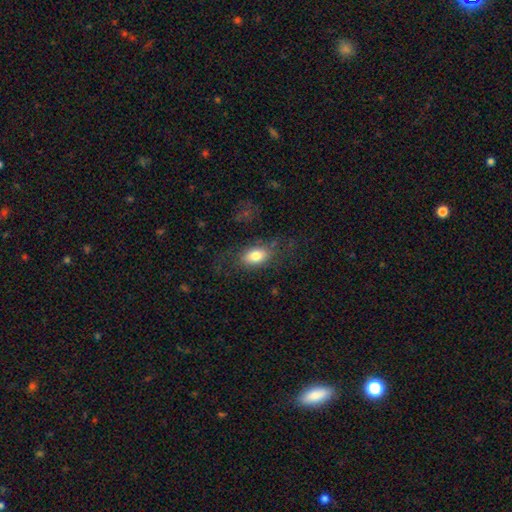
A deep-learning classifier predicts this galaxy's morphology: Smooth or featured: smooth — 75% (featured or disk — 17%)
How rounded: in between — 87% (round — 9%)
Merging: none — 64% (minor disturbance — 19%)